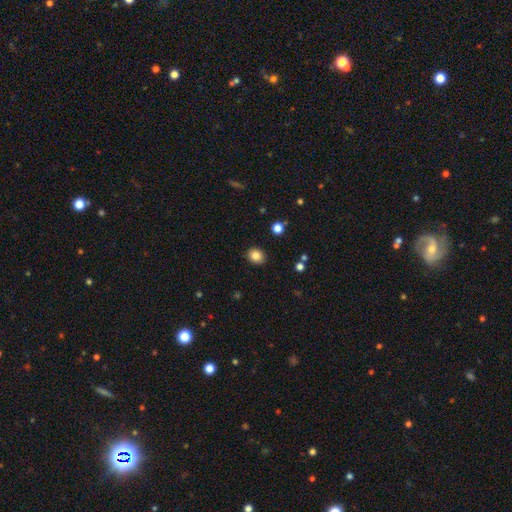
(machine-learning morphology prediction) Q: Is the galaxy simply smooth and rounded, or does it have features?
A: smooth — 83%.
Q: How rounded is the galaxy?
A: round — 64%.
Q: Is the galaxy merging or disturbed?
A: none — 90%.